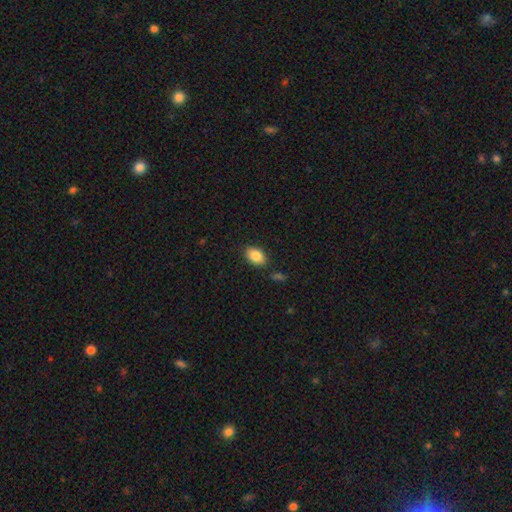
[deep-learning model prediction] Morphology: type=smooth (85%); roundness=in between (88%); merging=none (84%).